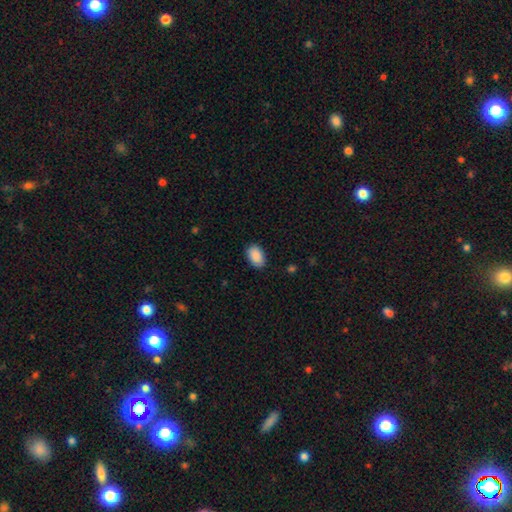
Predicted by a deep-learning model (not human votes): Overall: smooth (90%). How rounded: in between (91%). Merging: none (87%).